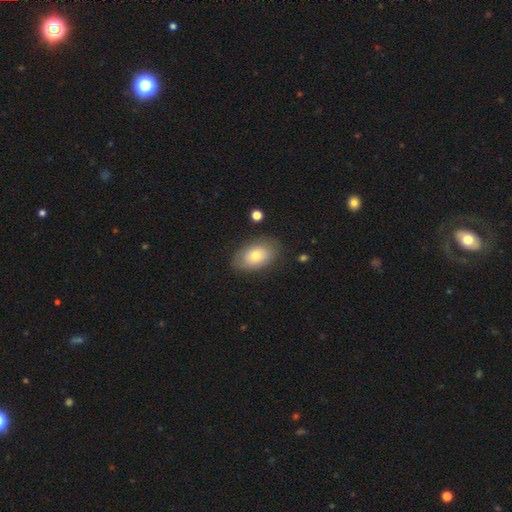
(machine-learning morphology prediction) A smooth galaxy with no disk features (71%) that is in between round and cigar-shaped (90%).

Vote fractions:
- Smooth or featured? smooth: 71% / featured or disk: 21% / star or artifact: 8%
- How rounded? in between: 90% / round: 8% / cigar-shaped: 1%
- Merging? none: 80% / minor disturbance: 14% / major disturbance: 4% / merger: 2%